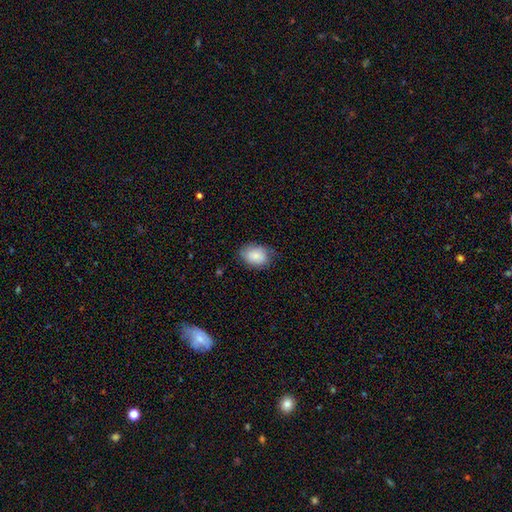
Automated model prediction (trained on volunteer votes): Smooth or featured?
  - smooth: 83% *
  - featured or disk: 10%
  - star or artifact: 7%
How rounded?
  - in between: 80% *
  - round: 19%
  - cigar-shaped: 1%
Merging?
  - none: 72% *
  - minor disturbance: 22%
  - major disturbance: 5%
  - merger: 1%